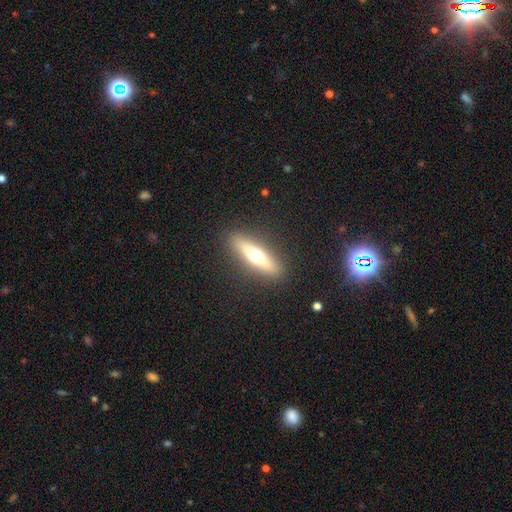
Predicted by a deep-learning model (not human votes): The model was most divided on "smooth or featured": featured or disk: 50%, smooth: 42%, star or artifact: 7%. More confident: merging — none (89%); edge-on disk — yes (88%).